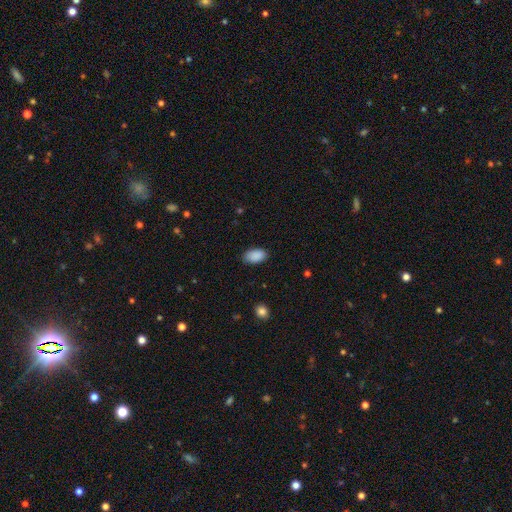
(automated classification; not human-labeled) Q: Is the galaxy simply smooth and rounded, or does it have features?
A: smooth — 90%.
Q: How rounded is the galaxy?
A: in between — 94%.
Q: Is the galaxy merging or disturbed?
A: none — 86%.